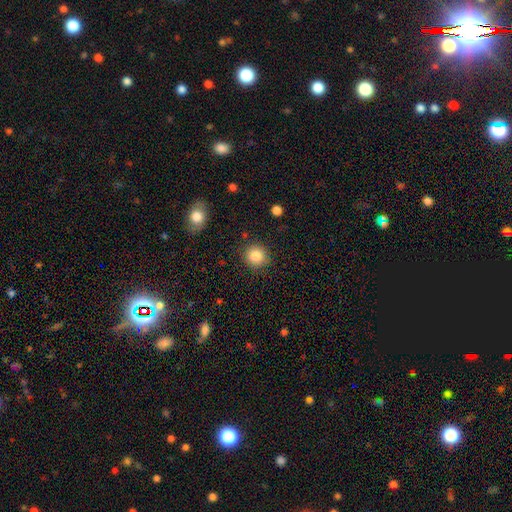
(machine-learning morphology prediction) Smooth or featured: smooth — 84% (star or artifact — 10%)
How rounded: round — 90% (in between — 9%)
Merging: none — 87% (minor disturbance — 8%)